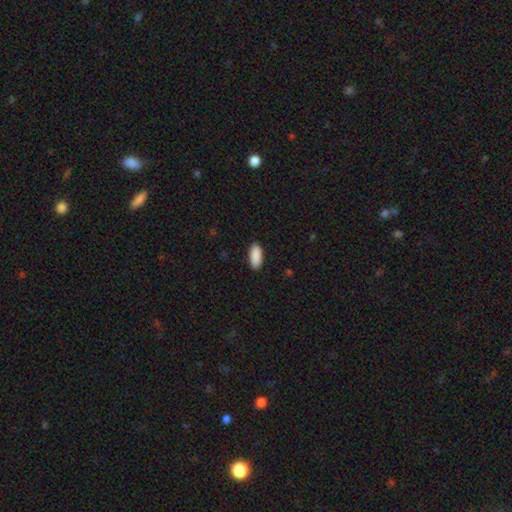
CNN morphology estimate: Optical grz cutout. It shows a smooth galaxy with no disk features (91%) that is in between round and cigar-shaped (88%). Merging: none (90%).